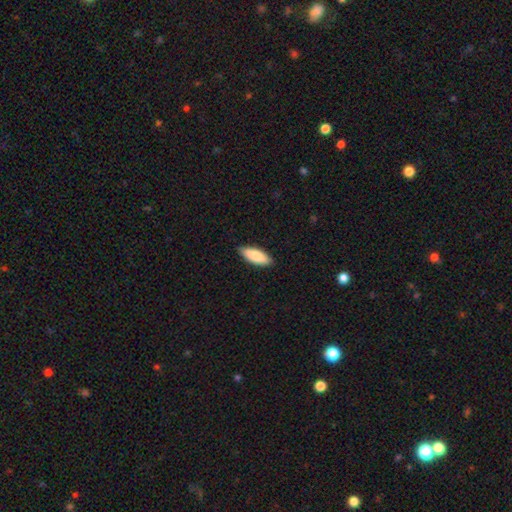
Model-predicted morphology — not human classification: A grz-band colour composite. It shows a smooth galaxy with no disk features (84%) that is in between round and cigar-shaped (73%). Merging: none (87%).